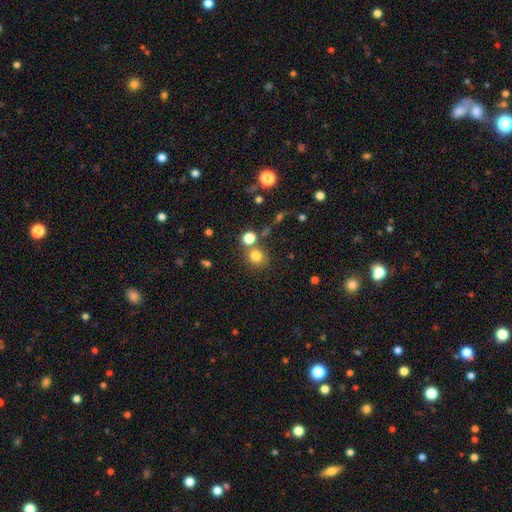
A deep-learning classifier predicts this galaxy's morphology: Overall: smooth (78%). How rounded: round (87%). Merging: none (66%).